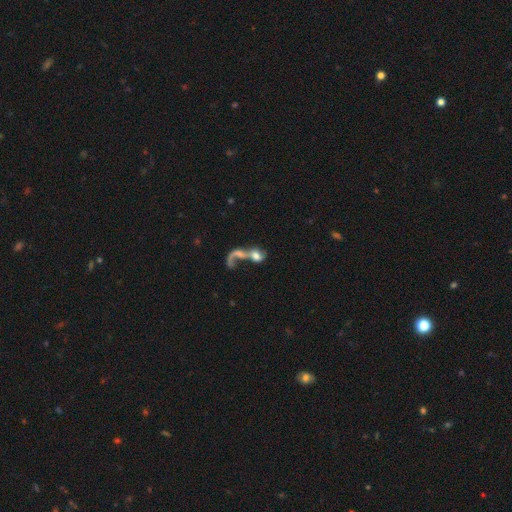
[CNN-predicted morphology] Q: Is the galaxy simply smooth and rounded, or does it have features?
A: featured or disk — 49%.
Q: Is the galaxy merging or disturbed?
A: merger — 61%.